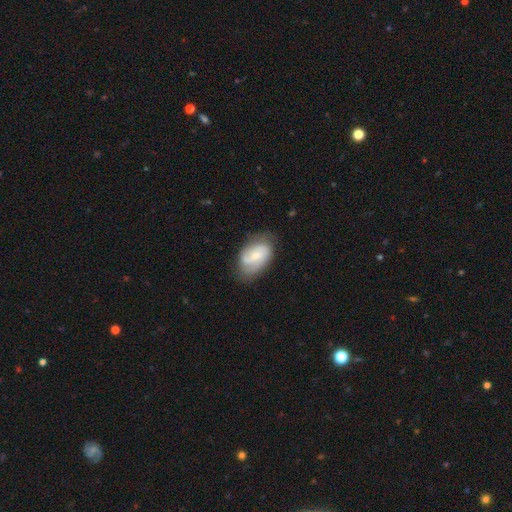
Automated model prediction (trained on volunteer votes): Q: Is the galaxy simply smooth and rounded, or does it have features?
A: featured or disk — 52%.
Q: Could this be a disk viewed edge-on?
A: no — 96%.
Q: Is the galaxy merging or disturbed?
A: none — 64%.